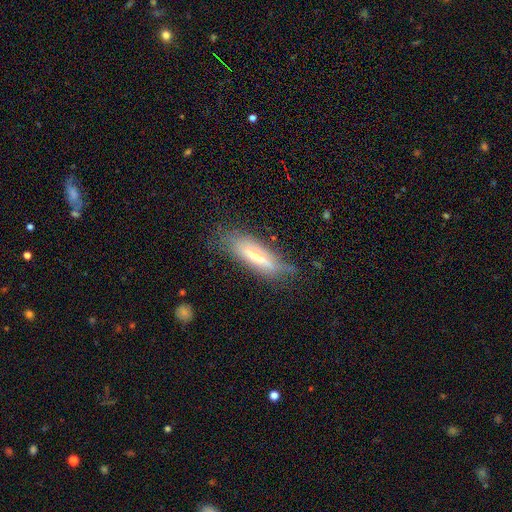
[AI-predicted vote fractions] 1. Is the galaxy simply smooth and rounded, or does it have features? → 49% featured or disk, 43% smooth, 8% star or artifact.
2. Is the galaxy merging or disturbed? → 65% none, 24% minor disturbance, 9% major disturbance, 2% merger.